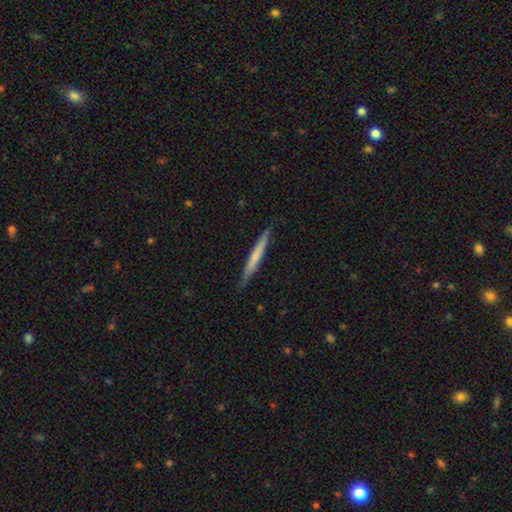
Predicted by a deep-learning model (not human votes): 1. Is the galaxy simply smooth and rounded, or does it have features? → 57% smooth, 38% featured or disk, 5% star or artifact.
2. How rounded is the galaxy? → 96% cigar-shaped, 2% in between, 1% round.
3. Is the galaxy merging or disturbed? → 84% none, 12% minor disturbance, 2% major disturbance, 1% merger.